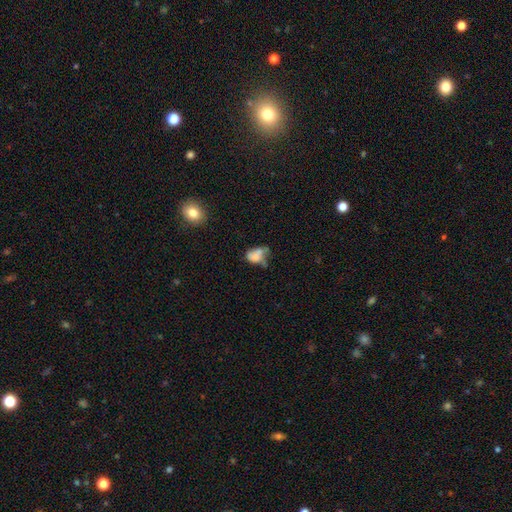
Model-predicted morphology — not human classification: Q: Smooth or featured?
A: smooth (63%); runner-up: featured or disk (25%)
Q: How rounded?
A: in between (79%); runner-up: round (19%)
Q: Merging?
A: merger (27%); runner-up: major disturbance (25%)